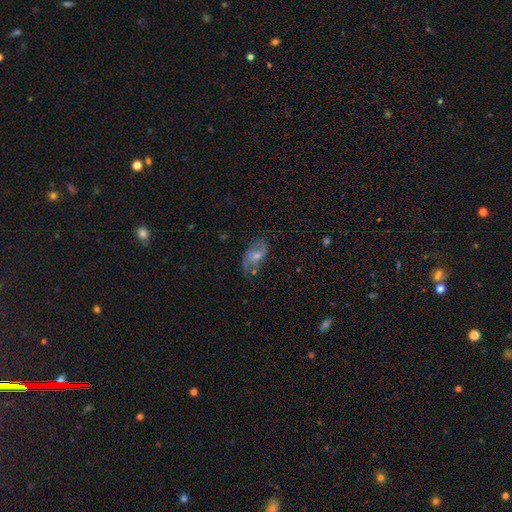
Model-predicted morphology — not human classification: This is possibly a featured or disk galaxy (49%). Merging: possibly none (55%).